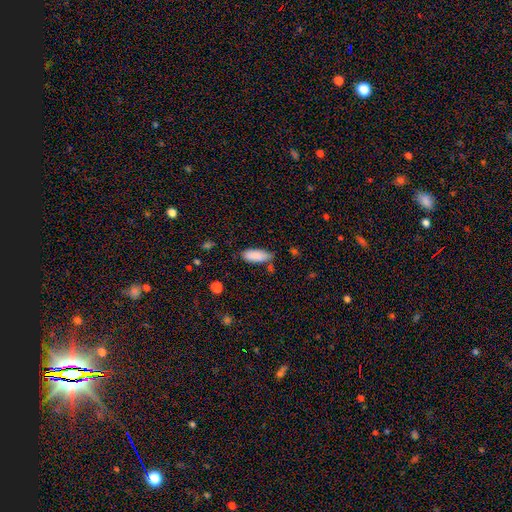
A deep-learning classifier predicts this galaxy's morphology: Overall: smooth (87%). How rounded: in between (77%). Merging: none (61%; minor disturbance 26%).